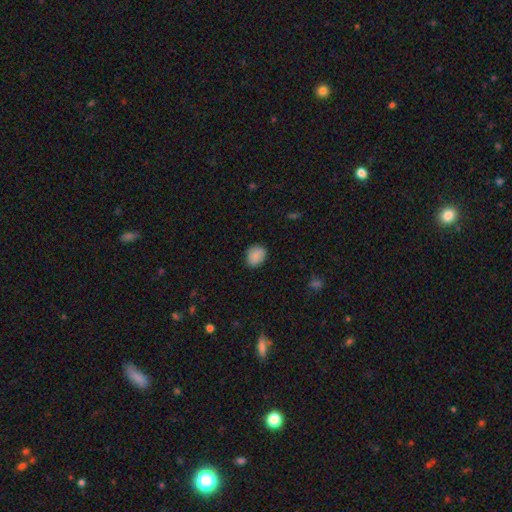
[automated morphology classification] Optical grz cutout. It shows a smooth galaxy with no disk features (86%) that is round (55%). Merging: none (82%).